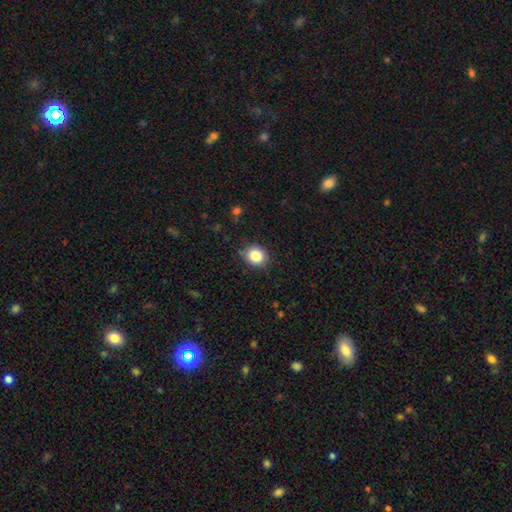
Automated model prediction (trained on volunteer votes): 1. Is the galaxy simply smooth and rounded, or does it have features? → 84% smooth, 10% star or artifact, 6% featured or disk.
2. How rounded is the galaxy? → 75% round, 24% in between, 1% cigar-shaped.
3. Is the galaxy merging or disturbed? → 84% none, 12% minor disturbance, 3% major disturbance, 1% merger.